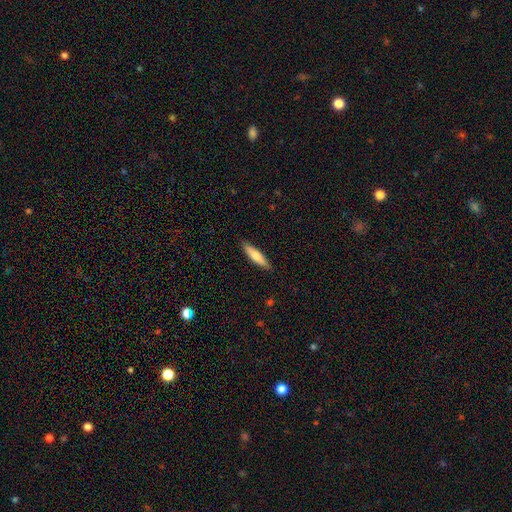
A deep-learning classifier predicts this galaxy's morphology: The model was most divided on "smooth or featured": smooth: 70%, featured or disk: 25%, star or artifact: 5%. More confident: merging — none (88%); how rounded — cigar-shaped (76%).